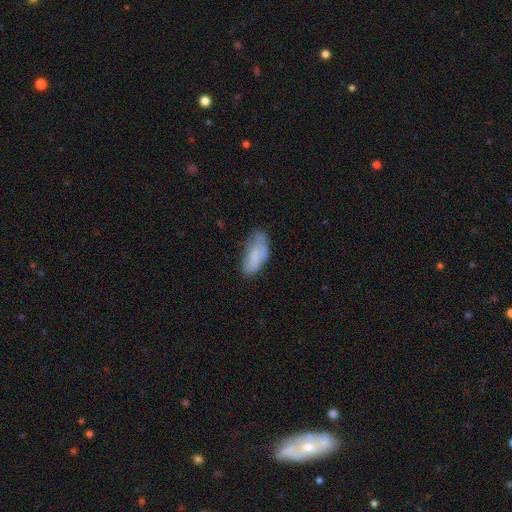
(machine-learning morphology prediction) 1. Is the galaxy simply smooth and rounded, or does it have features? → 74% smooth, 19% featured or disk, 8% star or artifact.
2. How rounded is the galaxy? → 88% in between, 10% cigar-shaped, 2% round.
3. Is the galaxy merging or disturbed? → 51% none, 33% minor disturbance, 13% major disturbance, 3% merger.